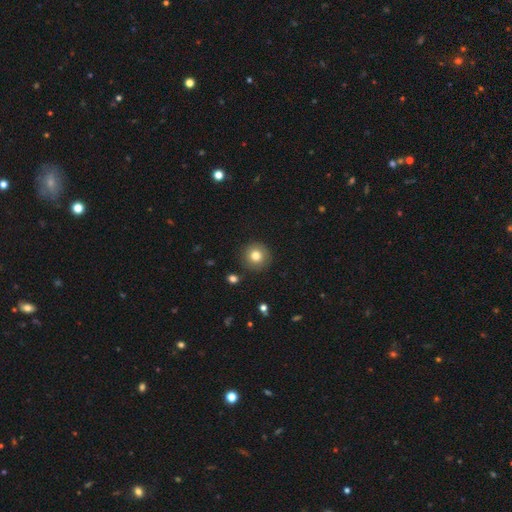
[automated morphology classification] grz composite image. It shows a smooth galaxy with no disk features (80%) that is round (94%). Merging: none (89%).